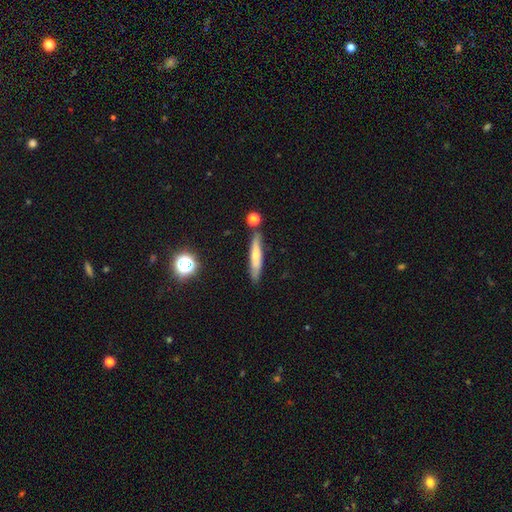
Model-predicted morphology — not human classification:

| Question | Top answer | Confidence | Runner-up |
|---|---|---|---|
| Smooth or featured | smooth | 61% | featured or disk (31%) |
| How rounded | cigar-shaped | 88% | in between (11%) |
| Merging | none | 77% | minor disturbance (14%) |